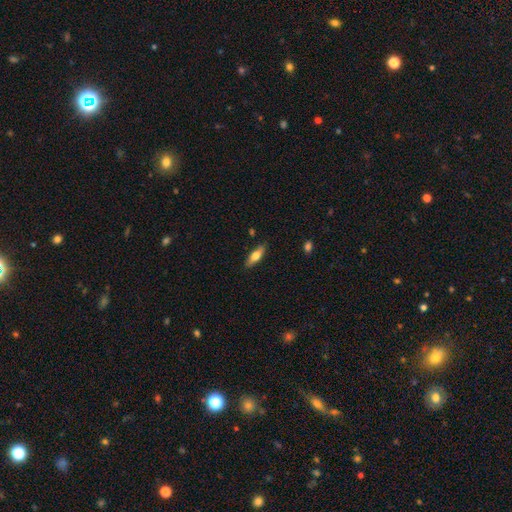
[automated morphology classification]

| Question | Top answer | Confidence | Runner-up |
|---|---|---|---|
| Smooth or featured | smooth | 65% | featured or disk (29%) |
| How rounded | in between | 53% | cigar-shaped (45%) |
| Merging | none | 86% | minor disturbance (11%) |